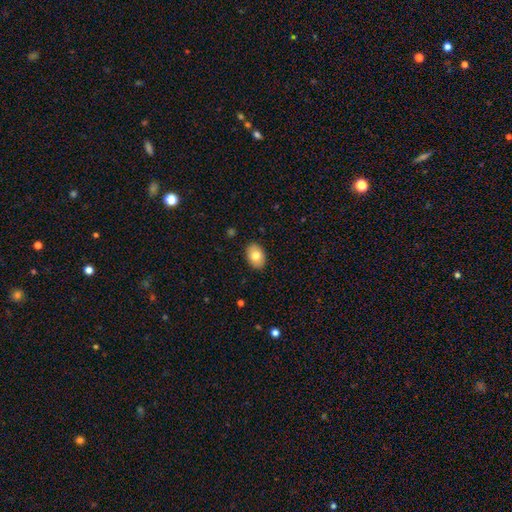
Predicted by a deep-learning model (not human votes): A smooth galaxy with no disk features (80%) that is in between round and cigar-shaped (86%).

Vote fractions:
- Smooth or featured? smooth: 80% / featured or disk: 13% / star or artifact: 7%
- How rounded? in between: 86% / round: 13% / cigar-shaped: 1%
- Merging? none: 89% / minor disturbance: 8% / major disturbance: 2% / merger: 1%